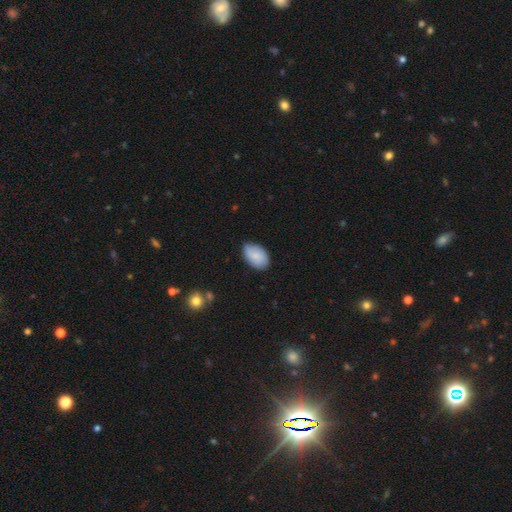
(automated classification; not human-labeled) smooth_or_featured: smooth (p=0.81) [alt: featured or disk p=0.13]
how_rounded: in between (p=0.91) [alt: round p=0.08]
merging: none (p=0.75) [alt: minor disturbance p=0.20]